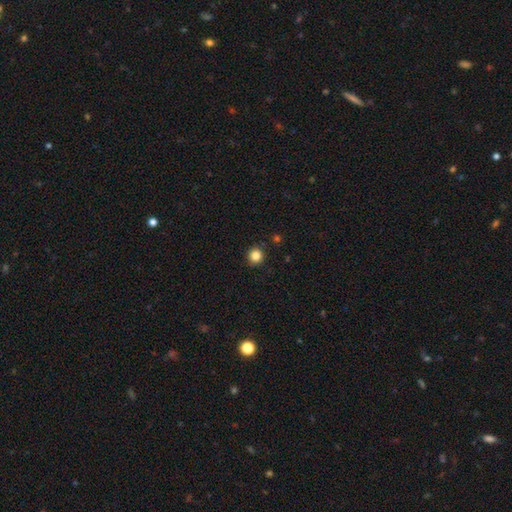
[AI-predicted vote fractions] This is clearly a smooth galaxy (84%). How rounded: clearly round (94%). Merging: clearly none (91%).